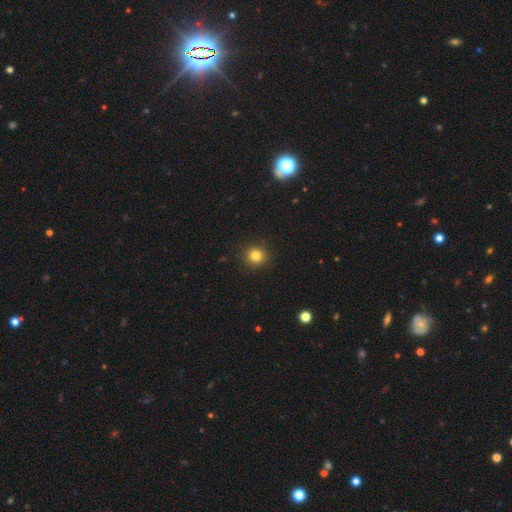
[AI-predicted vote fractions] This is clearly a smooth galaxy (81%). How rounded: clearly round (92%). Merging: clearly none (91%).